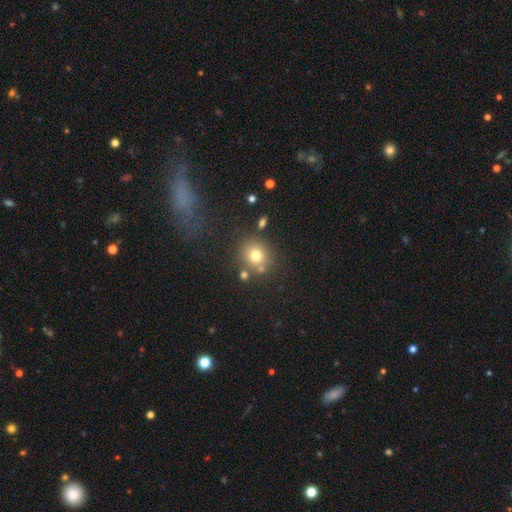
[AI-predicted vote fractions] Smooth or featured: smooth — 75% (star or artifact — 14%)
How rounded: round — 77% (in between — 22%)
Merging: none — 74% (minor disturbance — 11%)